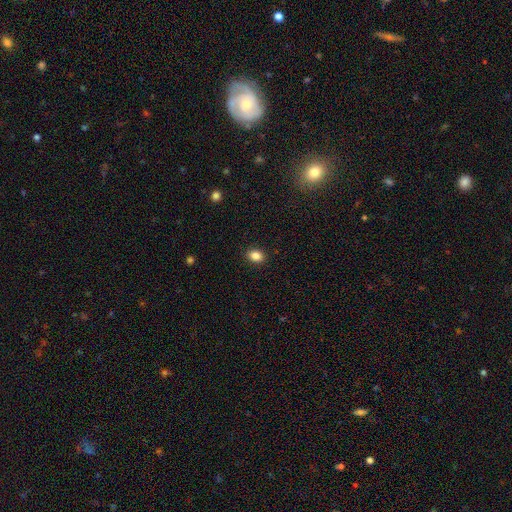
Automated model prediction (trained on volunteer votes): Smooth or featured?
  - smooth: 85% *
  - star or artifact: 10%
  - featured or disk: 5%
How rounded?
  - in between: 64% *
  - round: 35%
  - cigar-shaped: 1%
Merging?
  - none: 90% *
  - minor disturbance: 7%
  - major disturbance: 2%
  - merger: 1%